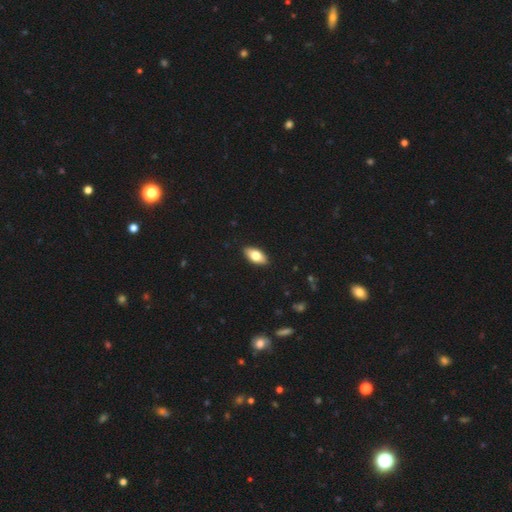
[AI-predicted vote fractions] Smooth or featured? Predicted: smooth (p=0.76). How rounded? Predicted: in between (p=0.90). Merging? Predicted: none (p=0.90).